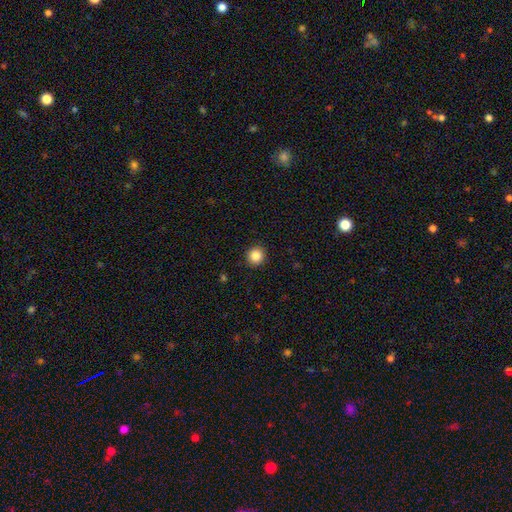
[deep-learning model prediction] smooth_or_featured: smooth (p=0.86) [alt: star or artifact p=0.10]
how_rounded: round (p=0.93) [alt: in between p=0.06]
merging: none (p=0.92) [alt: minor disturbance p=0.06]